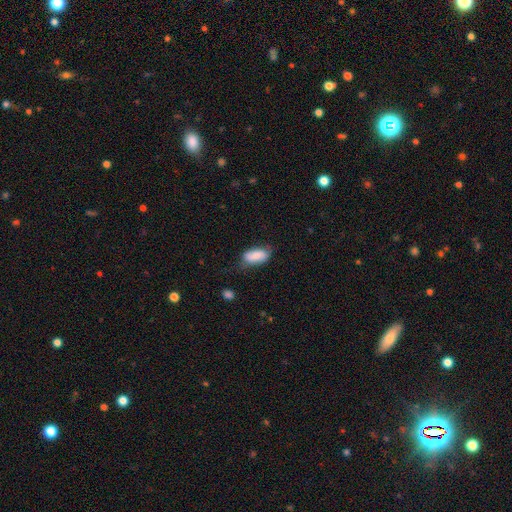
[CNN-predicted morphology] Smooth or featured: smooth — 80% (featured or disk — 14%)
How rounded: in between — 90% (cigar-shaped — 7%)
Merging: none — 58% (minor disturbance — 31%)